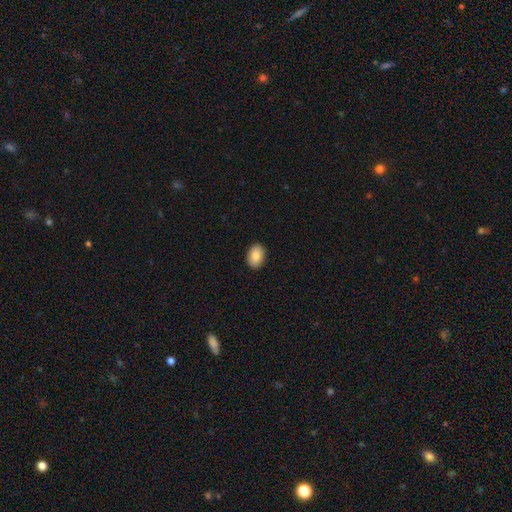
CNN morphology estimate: Smooth or featured: smooth — 86% (star or artifact — 7%)
How rounded: in between — 83% (round — 16%)
Merging: none — 90% (minor disturbance — 7%)